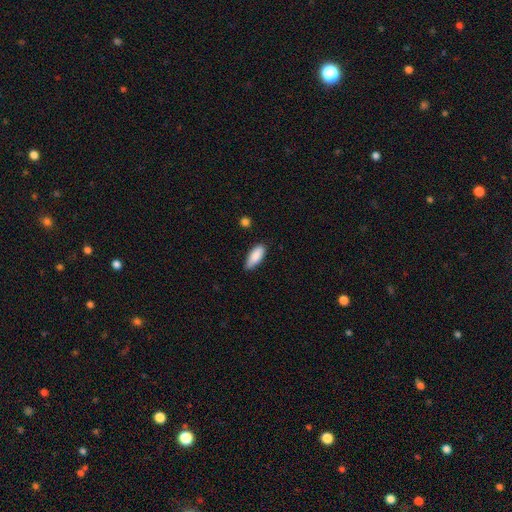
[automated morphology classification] Smooth or featured? Predicted: smooth (p=0.86). How rounded? Predicted: in between (p=0.77). Merging? Predicted: none (p=0.76).